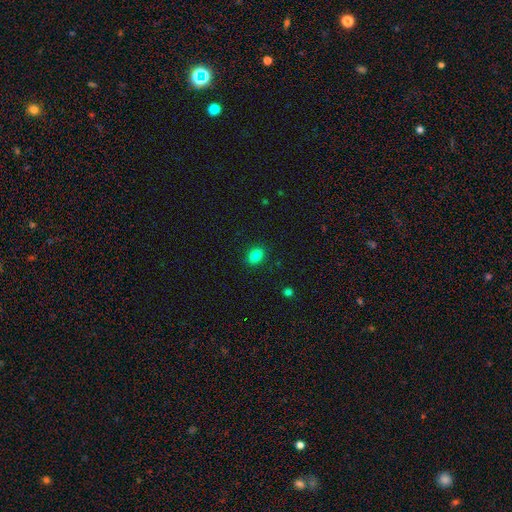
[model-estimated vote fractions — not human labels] Smooth or featured: smooth — 85% (star or artifact — 11%)
How rounded: in between — 74% (round — 25%)
Merging: none — 89% (minor disturbance — 8%)